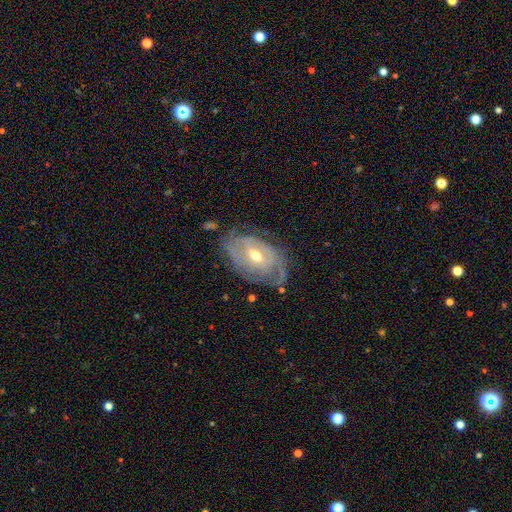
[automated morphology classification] Smooth or featured? featured or disk (79%)
Edge-on disk? no (94%)
Bar? weak (48%)
Spiral arms? yes (83%)
Spiral winding? tight (57%)
Spiral arm count? can't tell (40%)
Bulge size? moderate (56%)
Merging? none (60%)